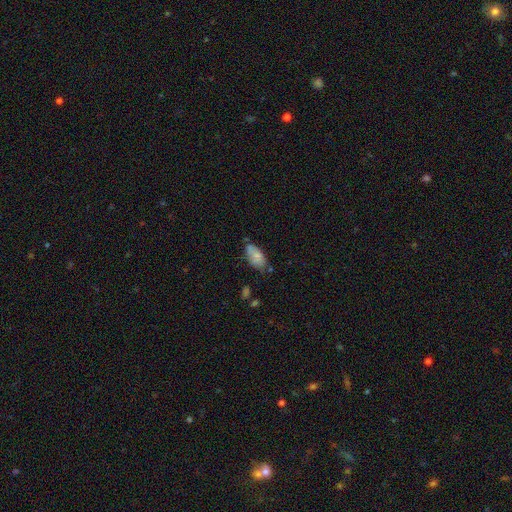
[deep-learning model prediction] This is likely a smooth galaxy (79%). How rounded: clearly in between (92%). Merging: possibly none (54%).